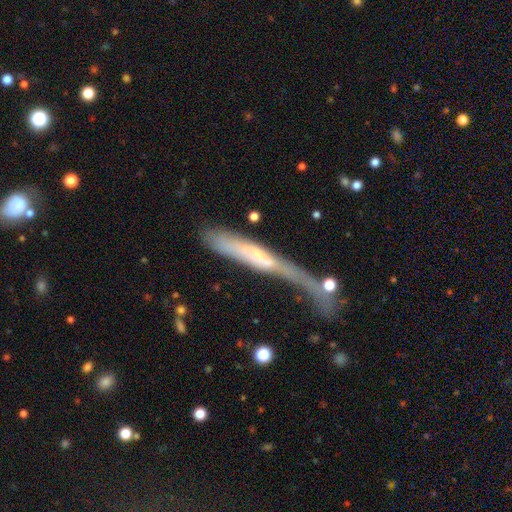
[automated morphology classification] Smooth or featured? featured or disk (48%)
Merging? major disturbance (31%)